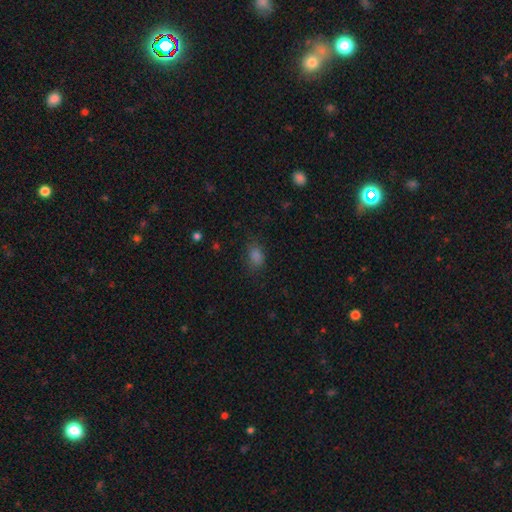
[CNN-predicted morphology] type=smooth (78%); roundness=in between (77%); merging=none (74%).